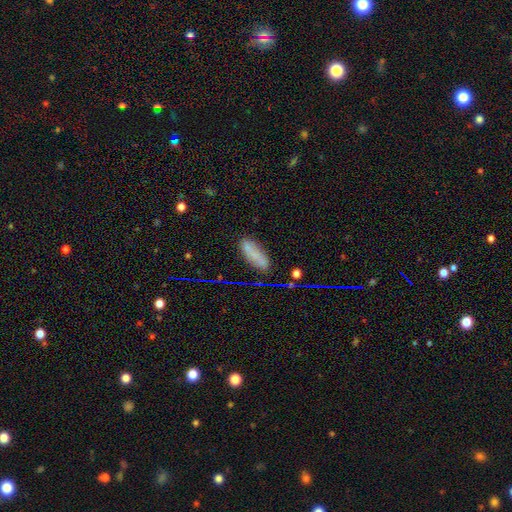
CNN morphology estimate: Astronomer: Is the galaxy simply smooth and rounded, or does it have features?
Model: smooth — 67%.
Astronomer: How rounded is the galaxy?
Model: in between — 61%.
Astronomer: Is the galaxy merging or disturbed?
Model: none — 67%.